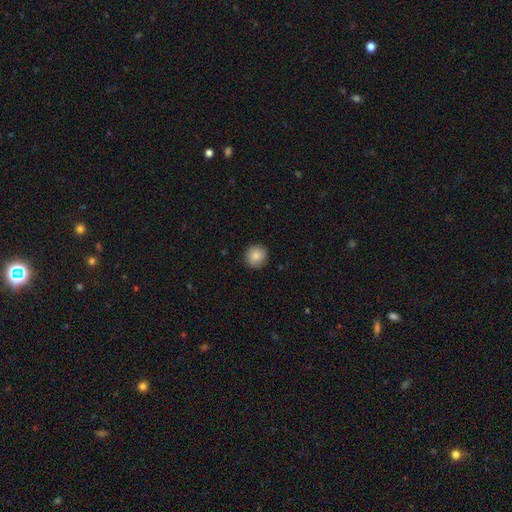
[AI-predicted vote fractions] smooth-or-featured: smooth: 85% | star or artifact: 9% | featured or disk: 7%
  how-rounded: round: 92% | in between: 7% | cigar-shaped: 1%
  merging: none: 90% | minor disturbance: 8% | major disturbance: 2% | merger: 1%